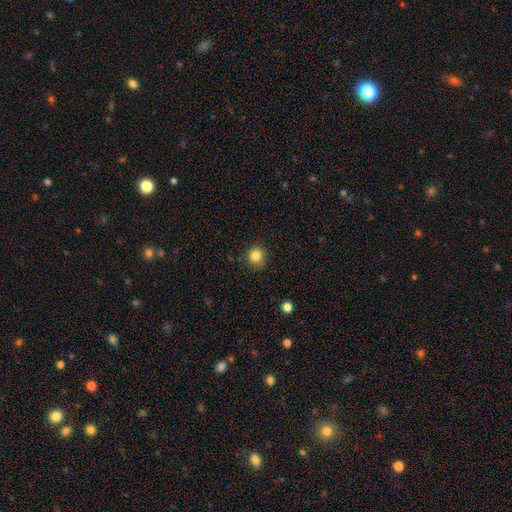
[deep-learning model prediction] Q: Smooth or featured?
A: smooth (83%); runner-up: star or artifact (11%)
Q: How rounded?
A: round (90%); runner-up: in between (9%)
Q: Merging?
A: none (81%); runner-up: minor disturbance (14%)